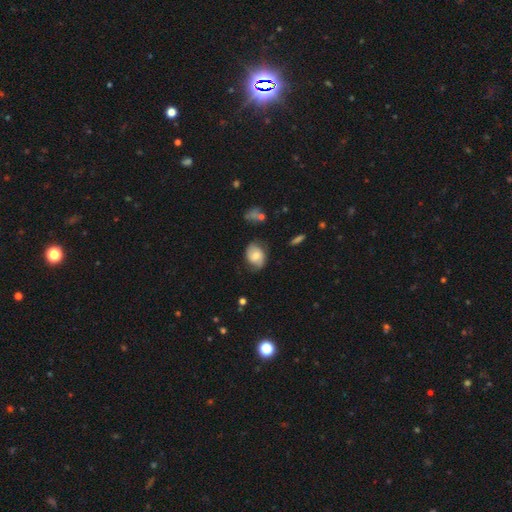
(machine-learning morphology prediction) Smooth or featured: featured or disk — 46% (tied with smooth — 46%)
Merging: none — 64% (minor disturbance — 25%)